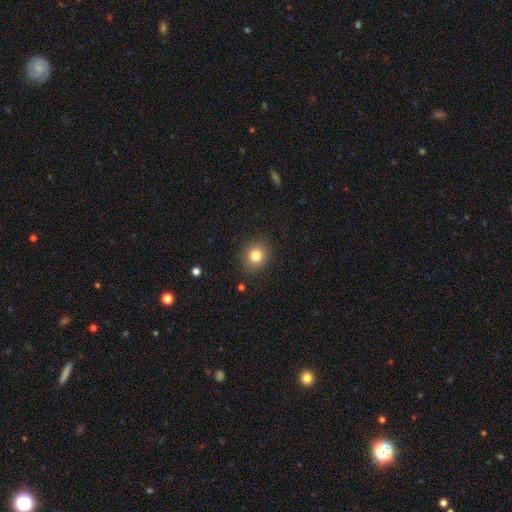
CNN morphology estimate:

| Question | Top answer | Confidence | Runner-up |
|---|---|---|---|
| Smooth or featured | smooth | 81% | star or artifact (11%) |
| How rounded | round | 78% | in between (21%) |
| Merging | none | 88% | minor disturbance (8%) |